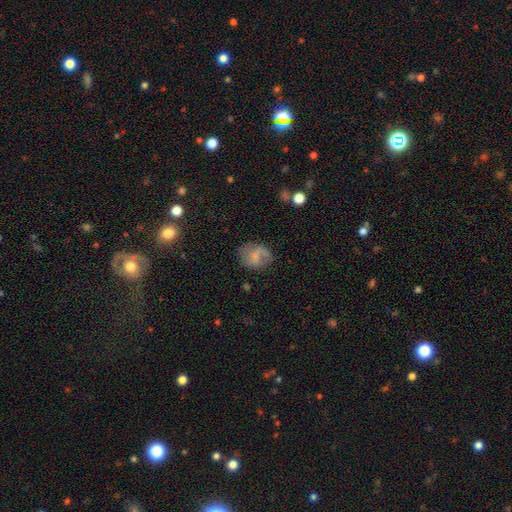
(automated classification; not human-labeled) smooth 53%, featured or disk 37%, star or artifact 10%. Down the decision tree: how rounded — round (54%); merging — none (57%).